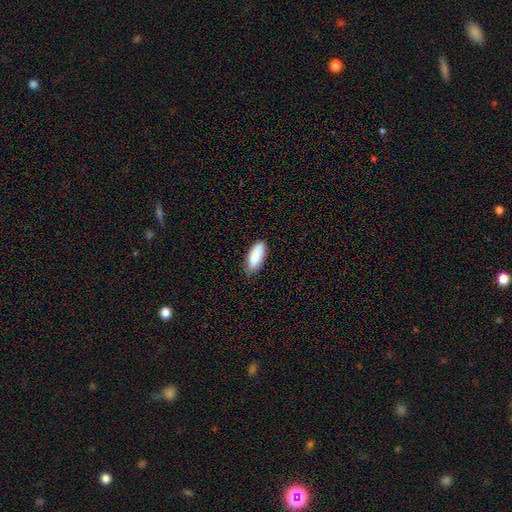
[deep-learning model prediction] Overall: smooth (87%). How rounded: in between (85%). Merging: none (75%).